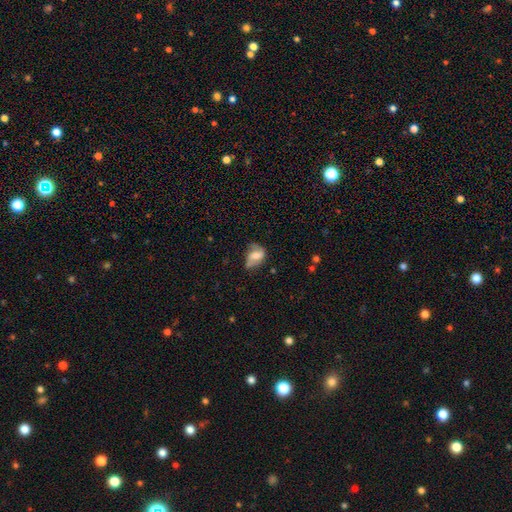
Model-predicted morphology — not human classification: Smooth or featured?
  - smooth: 51% *
  - featured or disk: 39%
  - star or artifact: 10%
How rounded?
  - in between: 74% *
  - round: 23%
  - cigar-shaped: 2%
Merging?
  - none: 39% *
  - minor disturbance: 33%
  - major disturbance: 21%
  - merger: 7%